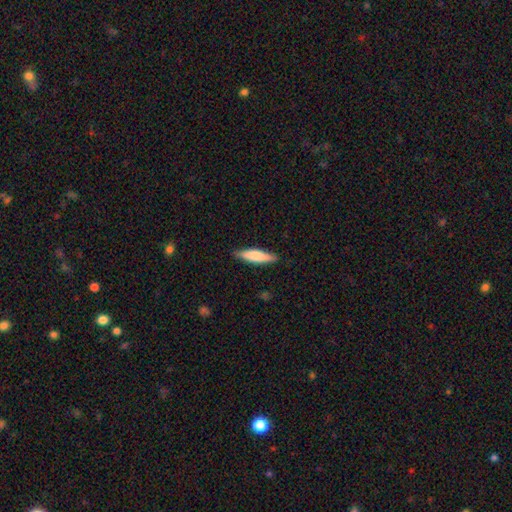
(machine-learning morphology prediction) smooth-or-featured: smooth: 74% | featured or disk: 21% | star or artifact: 5%
  how-rounded: cigar-shaped: 76% | in between: 23% | round: 1%
  merging: none: 87% | minor disturbance: 10% | major disturbance: 2% | merger: 1%